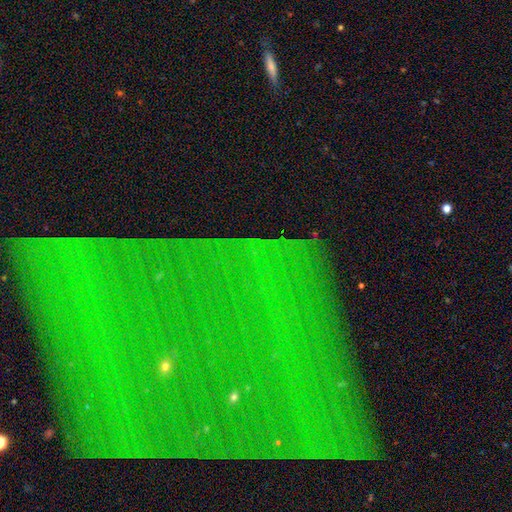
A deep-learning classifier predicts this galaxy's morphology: Smooth or featured?
  - star or artifact: 82% *
  - featured or disk: 10%
  - smooth: 8%